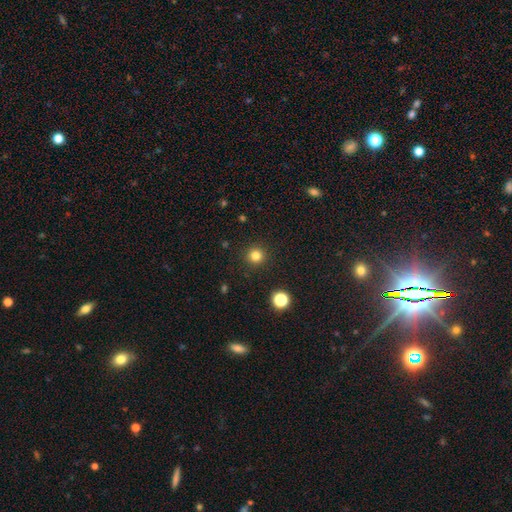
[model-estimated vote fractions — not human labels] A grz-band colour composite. It shows a smooth galaxy with no disk features (82%) that is round (95%). Merging: none (92%).